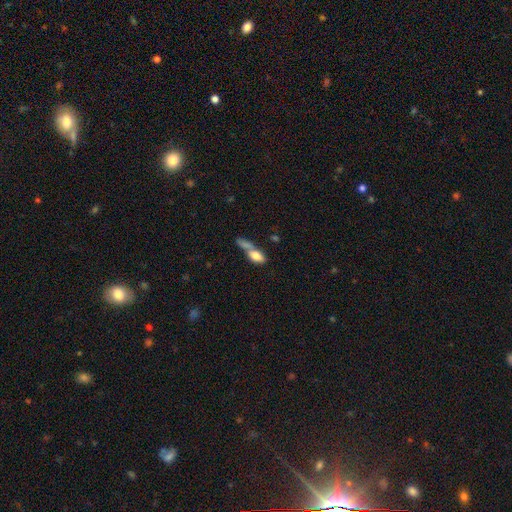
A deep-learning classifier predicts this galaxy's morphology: The model was most divided on "merging": merger: 48%, none: 26%, minor disturbance: 14%, major disturbance: 12%. More confident: how rounded — in between (75%); smooth or featured — smooth (72%).